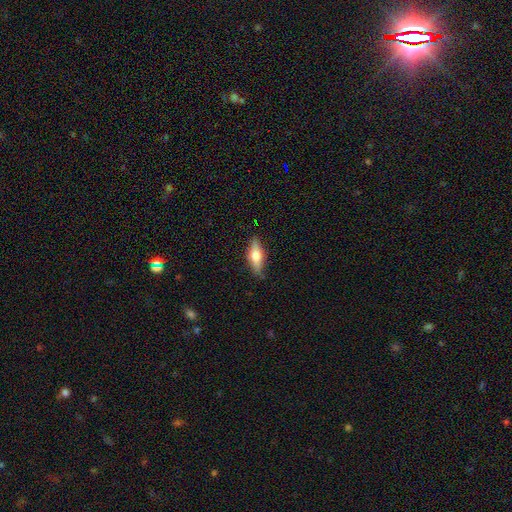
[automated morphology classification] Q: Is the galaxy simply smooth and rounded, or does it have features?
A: smooth — 50%.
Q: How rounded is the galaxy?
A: in between — 54%.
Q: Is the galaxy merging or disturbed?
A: none — 83%.